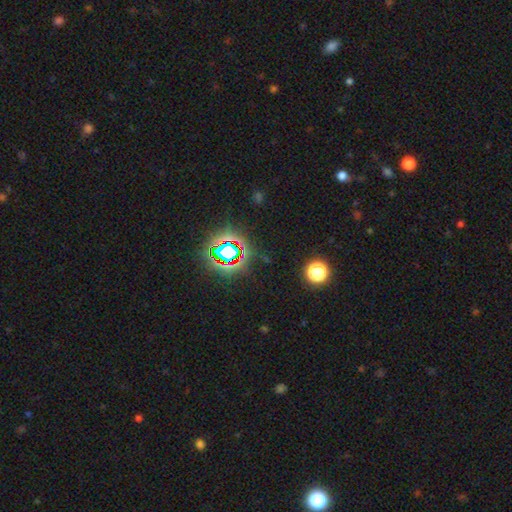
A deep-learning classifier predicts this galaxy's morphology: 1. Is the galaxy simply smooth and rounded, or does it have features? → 78% star or artifact, 14% smooth, 9% featured or disk.